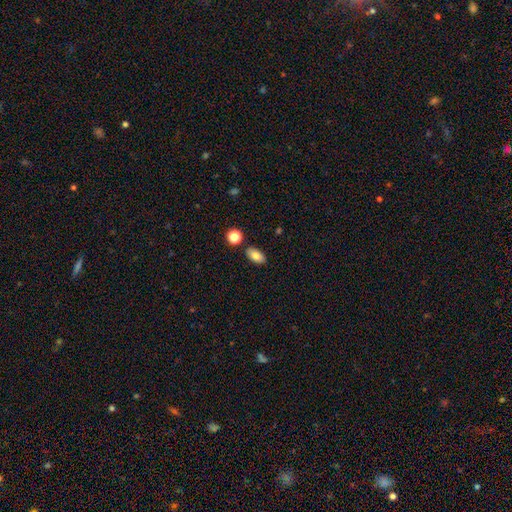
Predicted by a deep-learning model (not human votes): This appears to be a smooth galaxy with no disk features (81%) that is in between round and cigar-shaped (91%). Merging: none (85%).